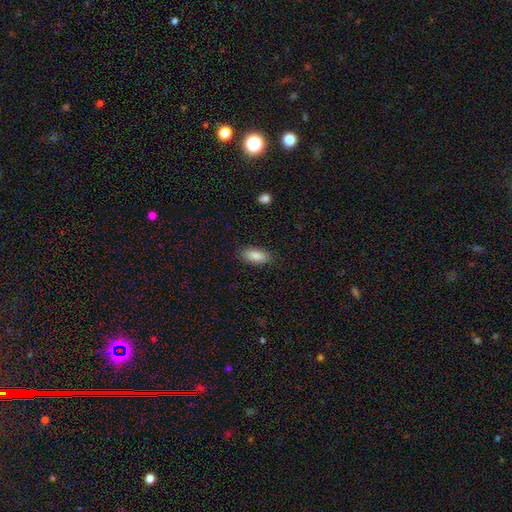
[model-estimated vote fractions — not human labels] A smooth galaxy with no disk features (88%) that is in between round and cigar-shaped (86%).

Vote fractions:
- Smooth or featured? smooth: 88% / star or artifact: 7% / featured or disk: 6%
- How rounded? in between: 86% / cigar-shaped: 12% / round: 2%
- Merging? none: 87% / minor disturbance: 9% / major disturbance: 2% / merger: 1%